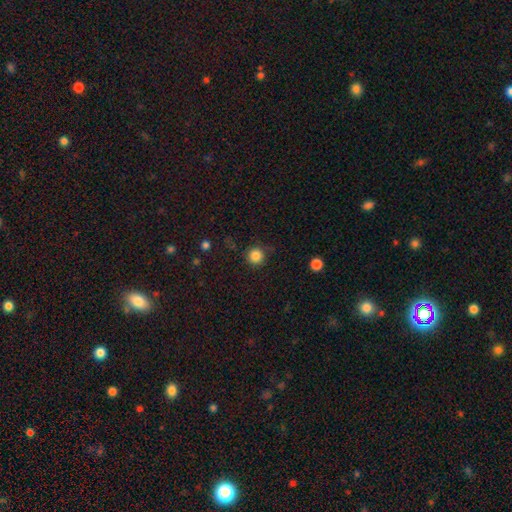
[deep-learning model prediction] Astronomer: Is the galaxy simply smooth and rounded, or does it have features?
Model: smooth — 85%.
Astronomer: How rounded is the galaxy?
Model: round — 95%.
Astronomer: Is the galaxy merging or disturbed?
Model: none — 85%.